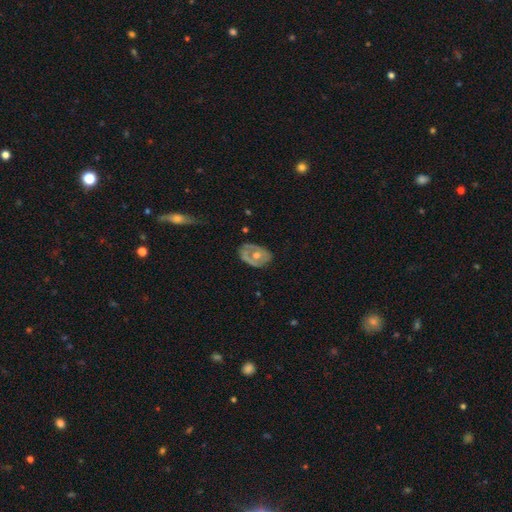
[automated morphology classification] Smooth or featured? featured or disk (58%)
Edge-on disk? no (94%)
Bar? no (83%)
Spiral arms? no (66%)
Bulge size? moderate (73%)
Merging? none (59%)